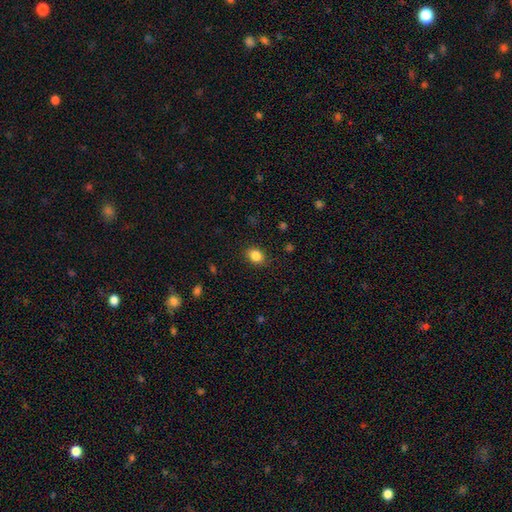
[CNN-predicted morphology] Q: Smooth or featured?
A: smooth (86%); runner-up: star or artifact (10%)
Q: How rounded?
A: in between (59%); runner-up: round (40%)
Q: Merging?
A: none (86%); runner-up: minor disturbance (10%)